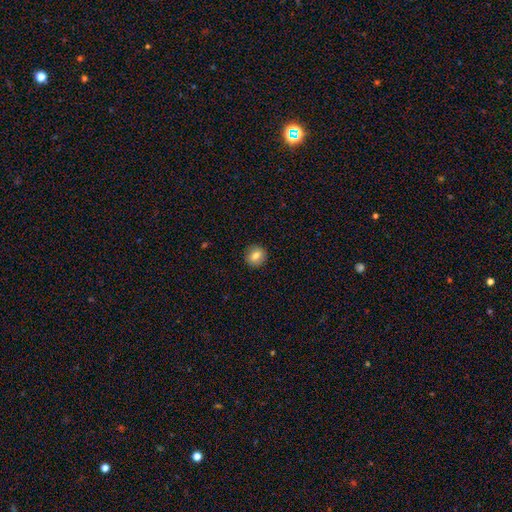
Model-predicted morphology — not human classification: The model was most divided on "smooth or featured": smooth: 77%, featured or disk: 14%, star or artifact: 9%. More confident: merging — none (90%); how rounded — round (86%).